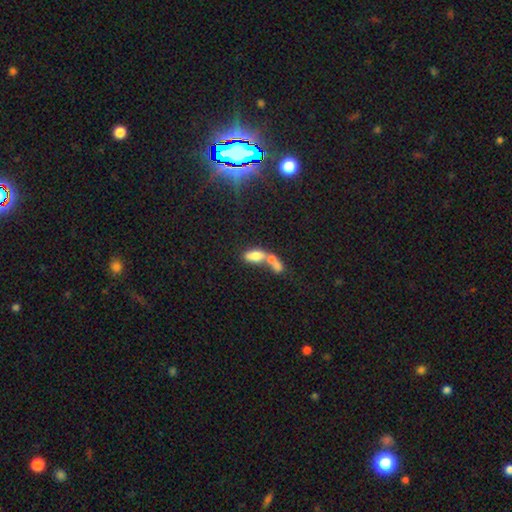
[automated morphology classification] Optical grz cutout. It shows a smooth galaxy with no disk features (68%) that is in between round and cigar-shaped (79%). Merging: merger (68%).